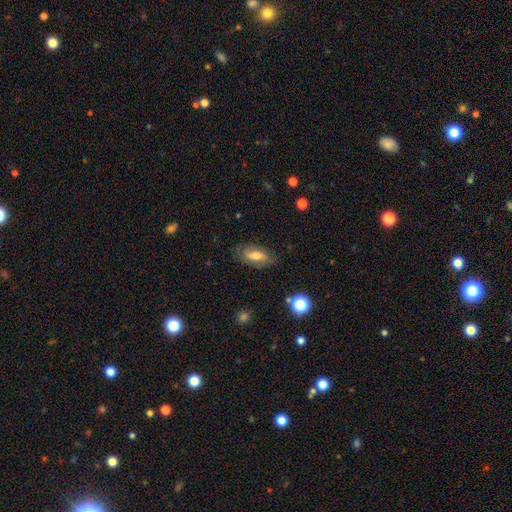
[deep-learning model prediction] A smooth galaxy with no disk features (54%) that is in between round and cigar-shaped (84%). Merging: none (77%).